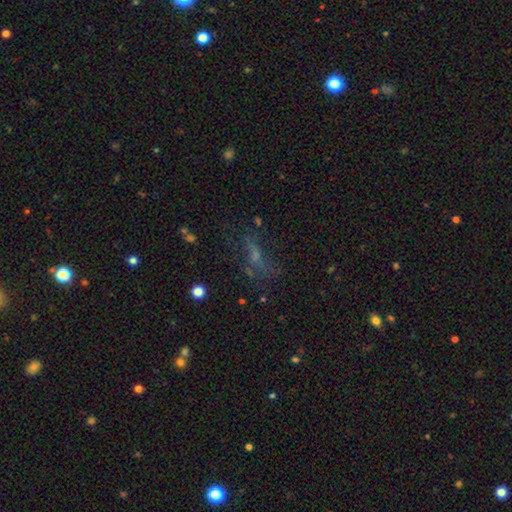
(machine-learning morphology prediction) A smooth galaxy with no disk features (35%).

Vote fractions:
- Smooth or featured? smooth: 35% / star or artifact: 34% / featured or disk: 31%
- Merging? none: 49% / major disturbance: 27% / minor disturbance: 19% / merger: 5%